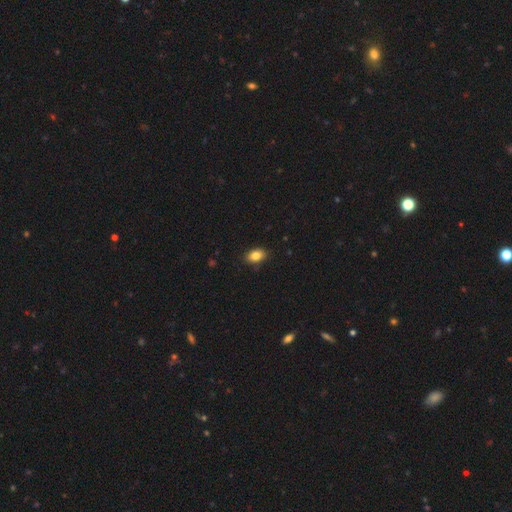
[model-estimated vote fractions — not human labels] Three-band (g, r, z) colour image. It shows a smooth galaxy with no disk features (85%) that is in between round and cigar-shaped (85%). Merging: none (87%).